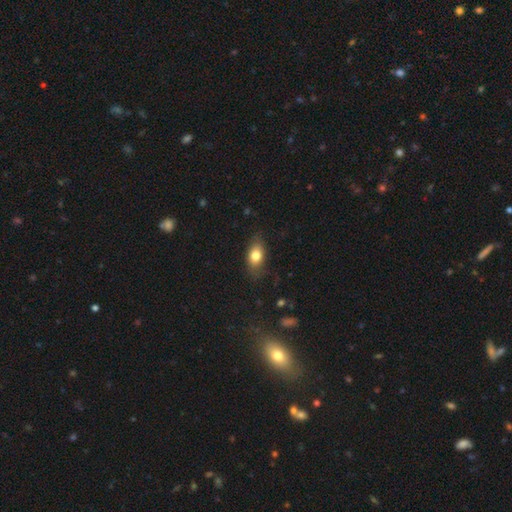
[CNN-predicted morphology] type=smooth (78%); roundness=in between (82%); merging=none (74%).